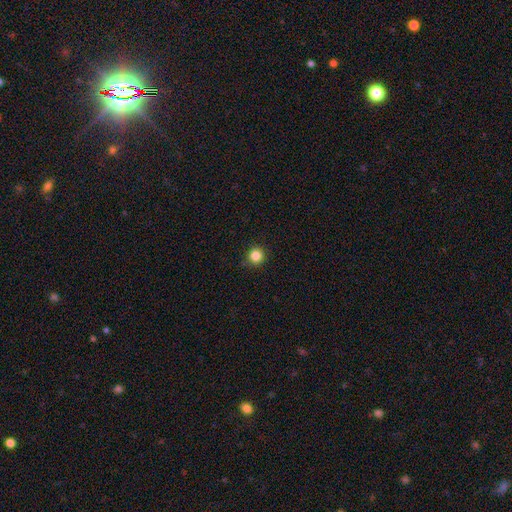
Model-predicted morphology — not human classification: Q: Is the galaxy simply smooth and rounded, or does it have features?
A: smooth — 84%.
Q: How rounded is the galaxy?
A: round — 95%.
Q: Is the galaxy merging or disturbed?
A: none — 90%.